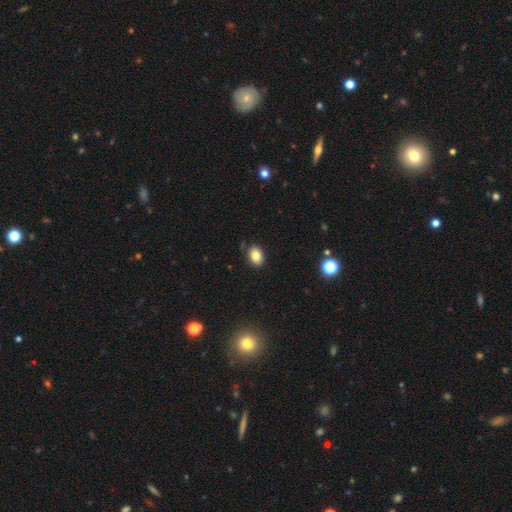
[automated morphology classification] Smooth or featured? Predicted: smooth (p=0.84). How rounded? Predicted: in between (p=0.76). Merging? Predicted: none (p=0.86).